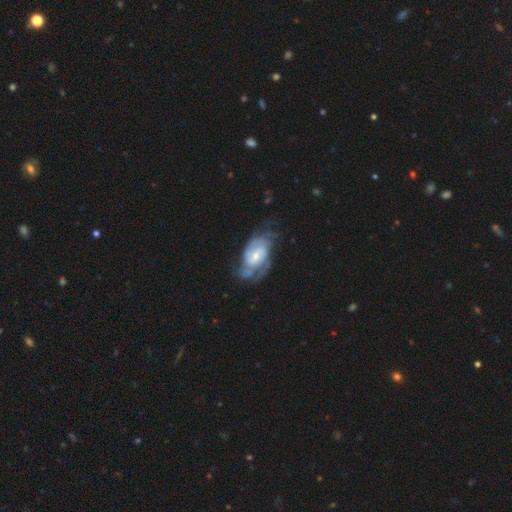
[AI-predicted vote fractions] Smooth or featured? featured or disk (85%)
Edge-on disk? no (97%)
Bar? weak (50%)
Spiral arms? yes (94%)
Spiral winding? tight (45%)
Spiral arm count? 2 (49%)
Bulge size? moderate (46%)
Merging? none (54%)